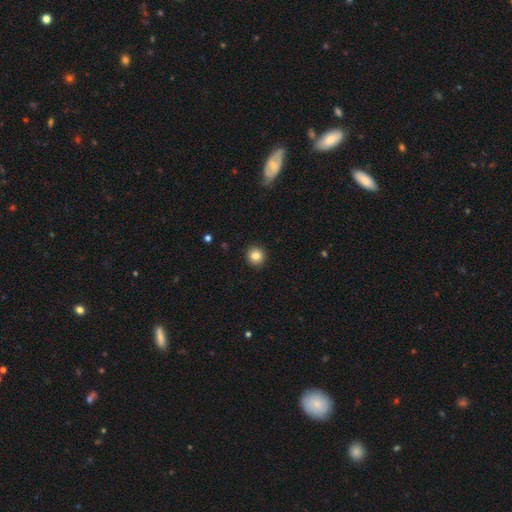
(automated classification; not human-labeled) A smooth galaxy with no disk features (84%) that is round (92%).

Vote fractions:
- Smooth or featured? smooth: 84% / star or artifact: 10% / featured or disk: 7%
- How rounded? round: 92% / in between: 7% / cigar-shaped: 1%
- Merging? none: 92% / minor disturbance: 5% / major disturbance: 2% / merger: 1%